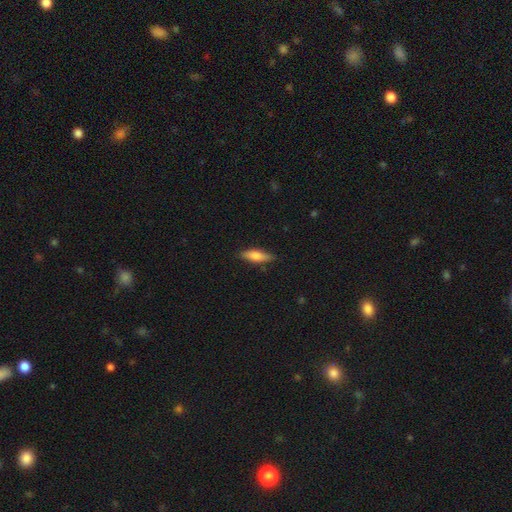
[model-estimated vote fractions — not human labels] A smooth galaxy with no disk features (75%) that is in between round and cigar-shaped (53%).

Vote fractions:
- Smooth or featured? smooth: 75% / featured or disk: 19% / star or artifact: 6%
- How rounded? in between: 53% / cigar-shaped: 45% / round: 2%
- Merging? none: 82% / minor disturbance: 15% / major disturbance: 2% / merger: 1%